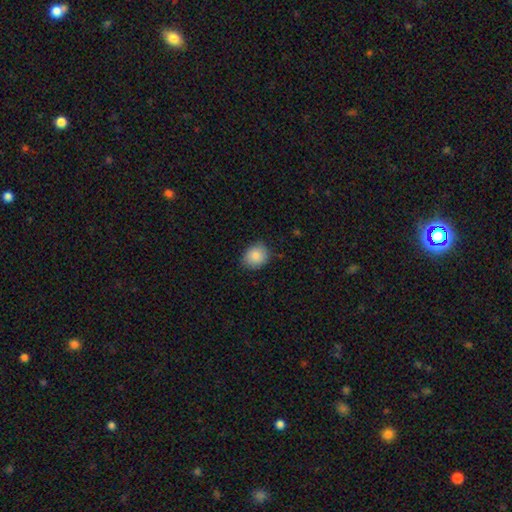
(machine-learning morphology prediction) A smooth galaxy with no disk features (86%) that is round (64%).

Vote fractions:
- Smooth or featured? smooth: 86% / star or artifact: 8% / featured or disk: 6%
- How rounded? round: 64% / in between: 35% / cigar-shaped: 1%
- Merging? none: 80% / minor disturbance: 17% / major disturbance: 3% / merger: 1%